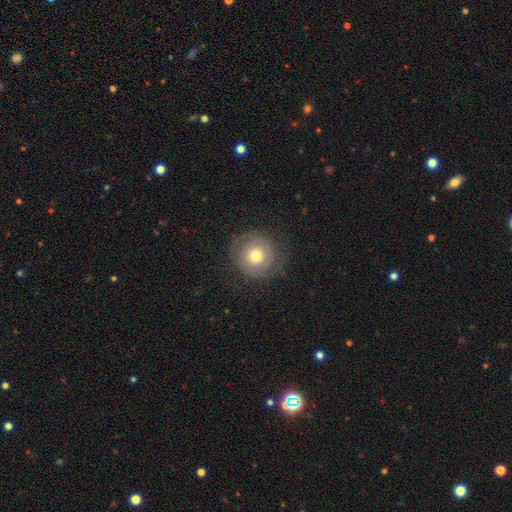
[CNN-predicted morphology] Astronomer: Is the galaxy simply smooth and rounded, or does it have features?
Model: featured or disk — 56% (runner-up: smooth, 35%).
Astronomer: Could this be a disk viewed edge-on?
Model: no — 97%.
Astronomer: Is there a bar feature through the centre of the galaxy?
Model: no — 82%.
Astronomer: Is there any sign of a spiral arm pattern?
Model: yes — 80%.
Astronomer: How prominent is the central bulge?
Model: moderate — 62%.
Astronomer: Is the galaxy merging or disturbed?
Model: none — 78%.